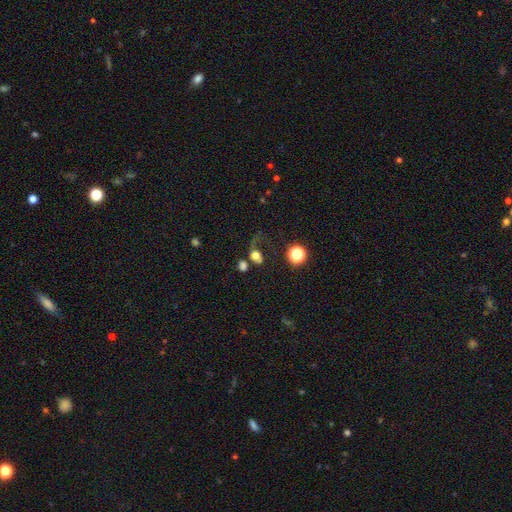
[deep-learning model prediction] Overall: smooth (64%). How rounded: round (50%; in between 48%). Merging: major disturbance (42%; none 27%).